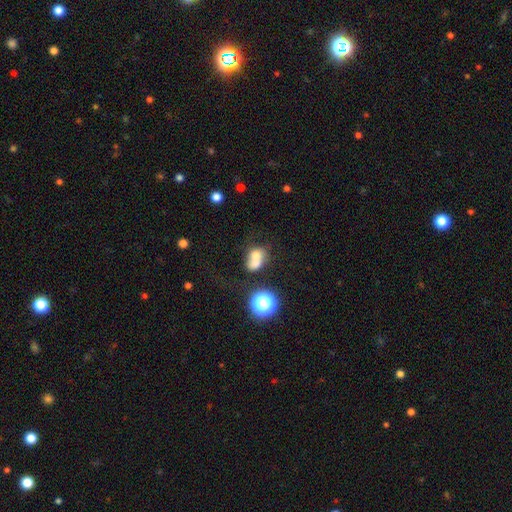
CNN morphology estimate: Smooth or featured: smooth — 66% (featured or disk — 20%)
How rounded: round — 51% (in between — 48%)
Merging: merger — 62% (none — 23%)